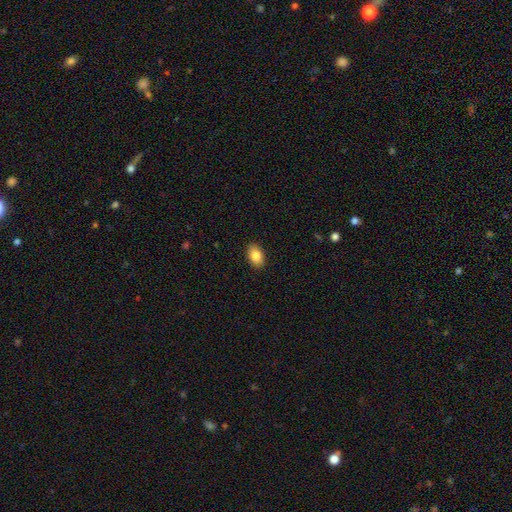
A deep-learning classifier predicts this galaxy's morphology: Smooth or featured? smooth (85%)
How rounded? in between (87%)
Merging? none (89%)